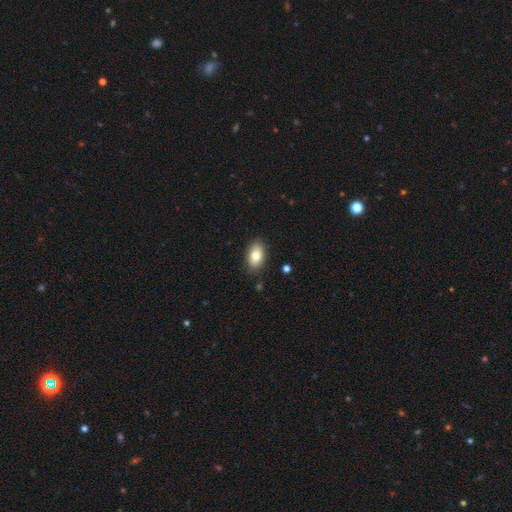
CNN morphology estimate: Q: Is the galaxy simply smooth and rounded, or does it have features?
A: smooth — 79%.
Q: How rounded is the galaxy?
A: in between — 91%.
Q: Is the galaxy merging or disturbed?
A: none — 86%.